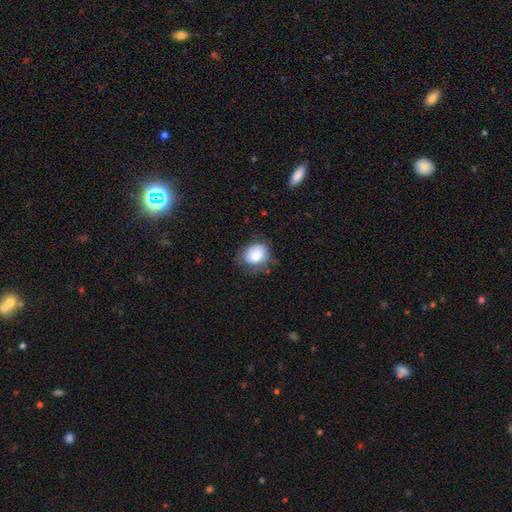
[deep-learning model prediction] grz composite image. It shows a smooth galaxy with no disk features (77%) that is in between round and cigar-shaped (51%). Merging: none (63%).